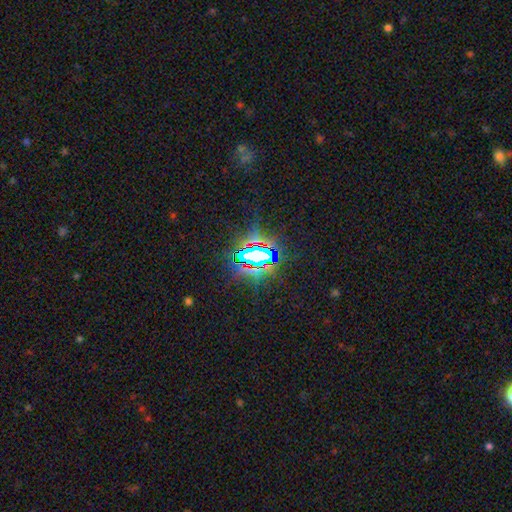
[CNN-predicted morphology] smooth-or-featured: star or artifact: 78% | smooth: 12% | featured or disk: 11%